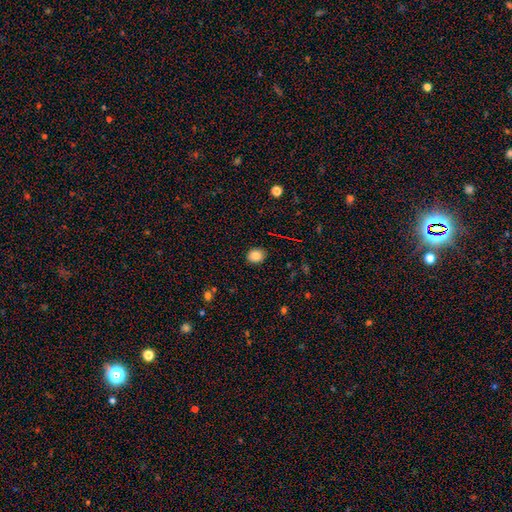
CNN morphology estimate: smooth-or-featured: smooth: 84% | star or artifact: 10% | featured or disk: 6%
  how-rounded: round: 60% | in between: 39% | cigar-shaped: 1%
  merging: none: 90% | minor disturbance: 7% | major disturbance: 2% | merger: 1%